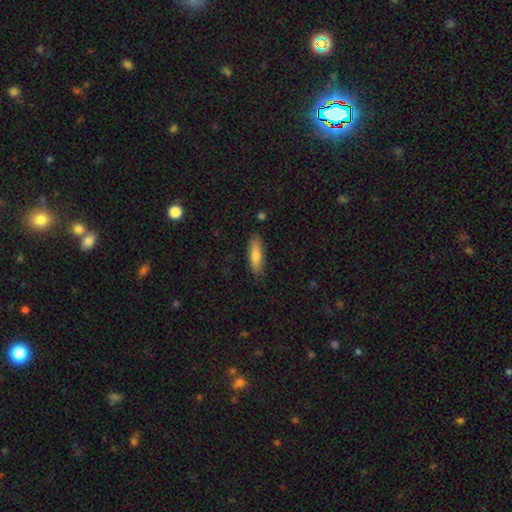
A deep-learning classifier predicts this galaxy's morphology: Smooth or featured? Predicted: smooth (p=0.76). How rounded? Predicted: cigar-shaped (p=0.60). Merging? Predicted: none (p=0.84).